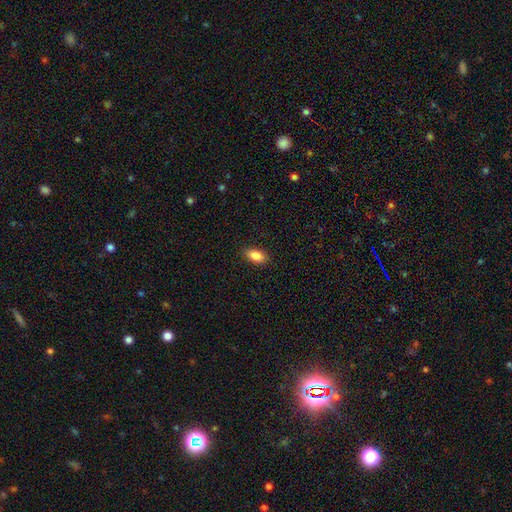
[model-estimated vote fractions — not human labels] This is clearly a smooth galaxy (87%). How rounded: clearly in between (91%). Merging: clearly none (89%).